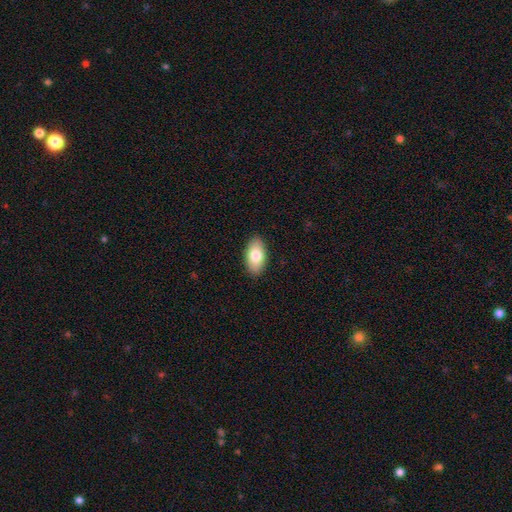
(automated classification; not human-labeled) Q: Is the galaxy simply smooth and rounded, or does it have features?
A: smooth — 80%.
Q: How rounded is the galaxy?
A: in between — 94%.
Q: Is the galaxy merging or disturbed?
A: none — 89%.